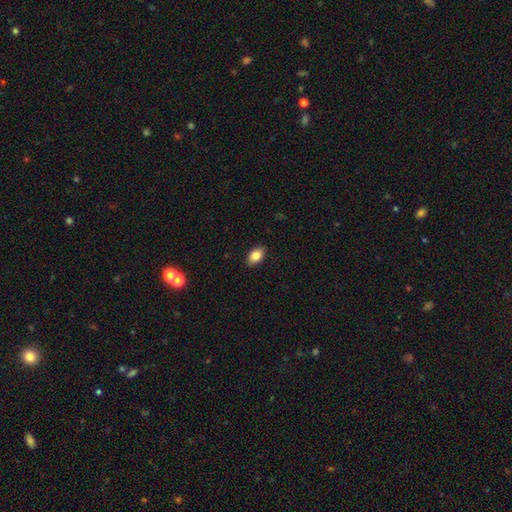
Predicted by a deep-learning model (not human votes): A smooth galaxy with no disk features (84%) that is in between round and cigar-shaped (89%). Merging: none (89%).